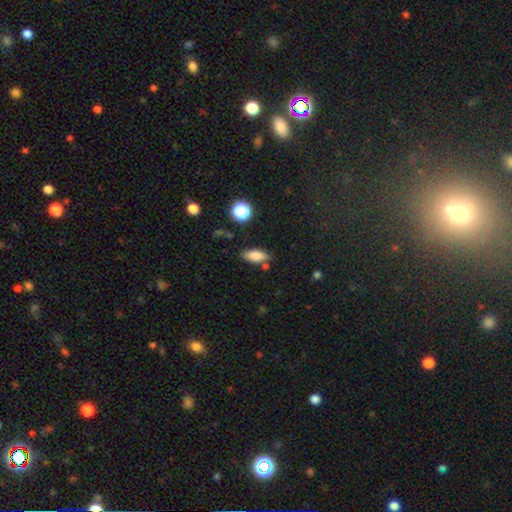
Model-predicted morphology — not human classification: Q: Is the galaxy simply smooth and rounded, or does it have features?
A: smooth — 79%.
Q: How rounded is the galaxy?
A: in between — 76%.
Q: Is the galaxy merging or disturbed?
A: none — 75%.